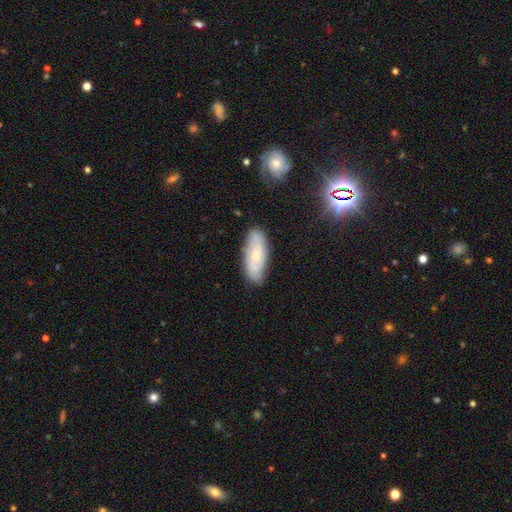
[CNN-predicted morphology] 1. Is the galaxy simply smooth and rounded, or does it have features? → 48% featured or disk, 43% smooth, 9% star or artifact.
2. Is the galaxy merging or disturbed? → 79% none, 16% minor disturbance, 3% major disturbance, 2% merger.